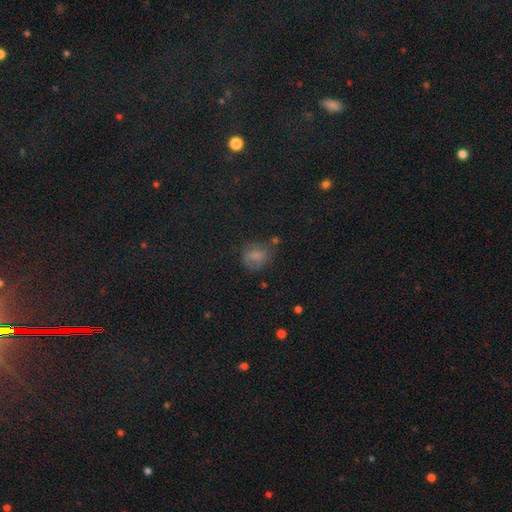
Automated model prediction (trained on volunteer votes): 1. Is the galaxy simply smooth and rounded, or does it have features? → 68% smooth, 18% star or artifact, 14% featured or disk.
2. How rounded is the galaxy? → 67% round, 32% in between, 1% cigar-shaped.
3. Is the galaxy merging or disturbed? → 58% none, 25% minor disturbance, 12% major disturbance, 6% merger.